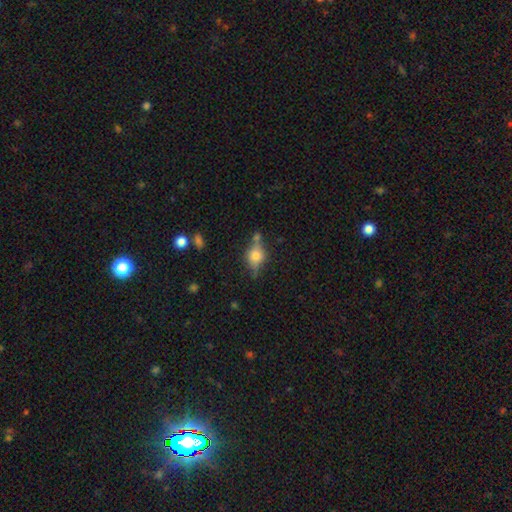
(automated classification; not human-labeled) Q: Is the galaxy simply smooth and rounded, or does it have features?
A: smooth — 51%.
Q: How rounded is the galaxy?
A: in between — 51%.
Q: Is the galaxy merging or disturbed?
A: none — 63%.